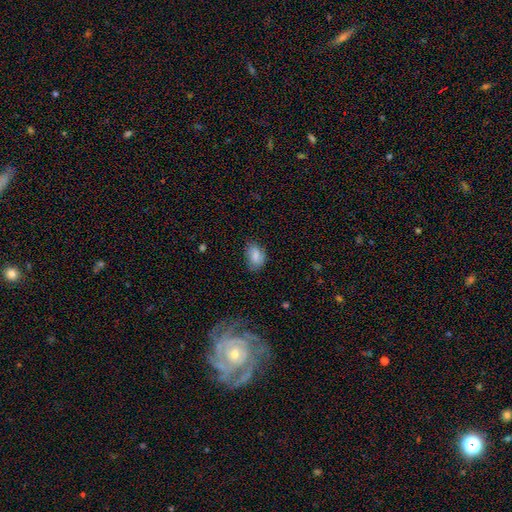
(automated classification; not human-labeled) smooth_or_featured: smooth (p=0.79) [alt: featured or disk p=0.12]
how_rounded: in between (p=0.82) [alt: round p=0.16]
merging: none (p=0.66) [alt: minor disturbance p=0.26]